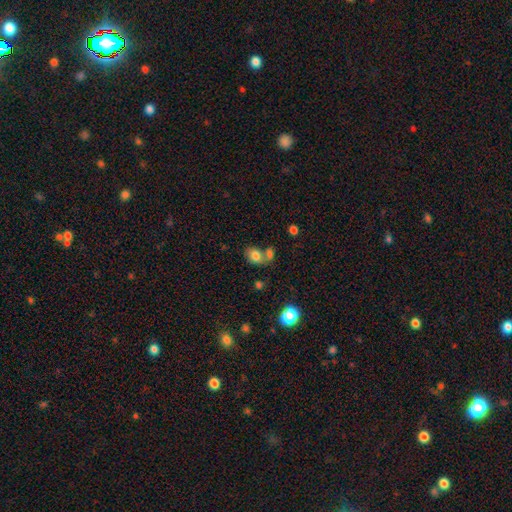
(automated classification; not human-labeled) smooth_or_featured: smooth (p=0.78) [alt: featured or disk p=0.11]
how_rounded: in between (p=0.66) [alt: round p=0.33]
merging: none (p=0.42) [alt: merger p=0.41]